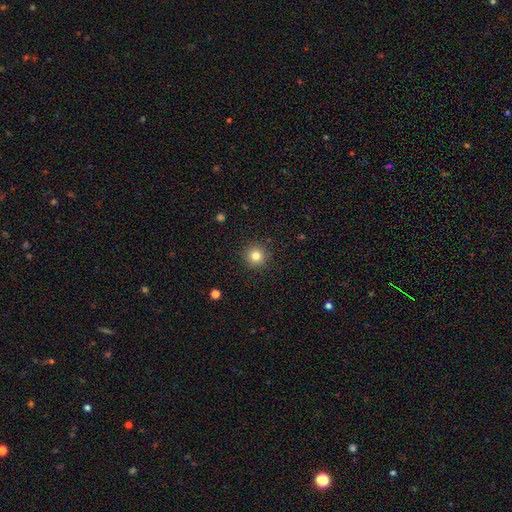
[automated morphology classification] Q: Smooth or featured?
A: smooth (81%); runner-up: star or artifact (12%)
Q: How rounded?
A: round (95%); runner-up: in between (4%)
Q: Merging?
A: none (91%); runner-up: minor disturbance (6%)